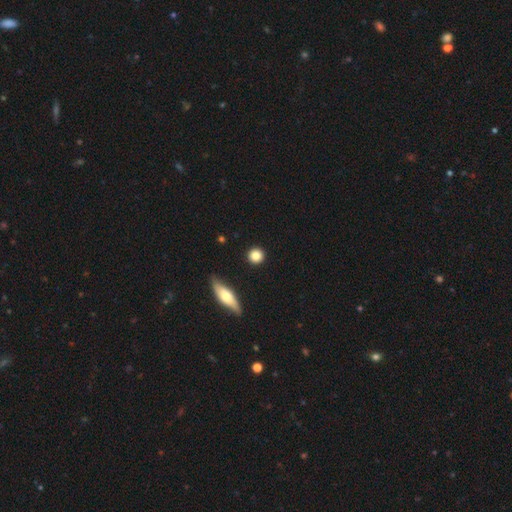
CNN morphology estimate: A smooth galaxy with no disk features (85%) that is round (91%). Merging: none (91%).